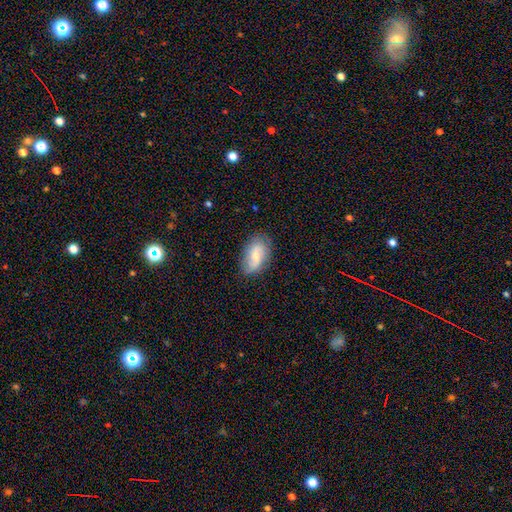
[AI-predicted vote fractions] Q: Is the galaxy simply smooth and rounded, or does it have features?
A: smooth — 51%.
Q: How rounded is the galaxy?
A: in between — 90%.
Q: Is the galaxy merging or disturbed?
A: none — 75%.